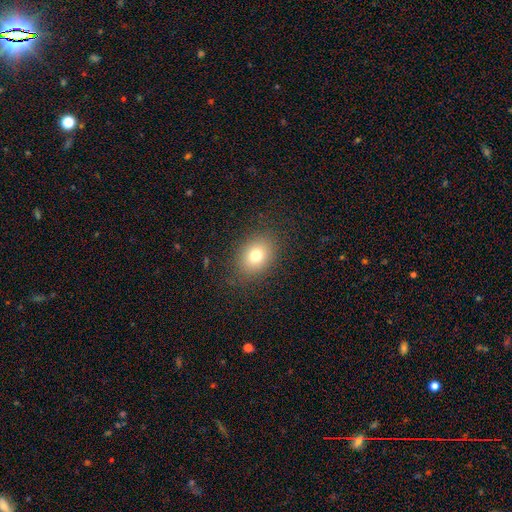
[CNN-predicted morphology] Smooth or featured? smooth (75%)
How rounded? in between (59%)
Merging? none (85%)